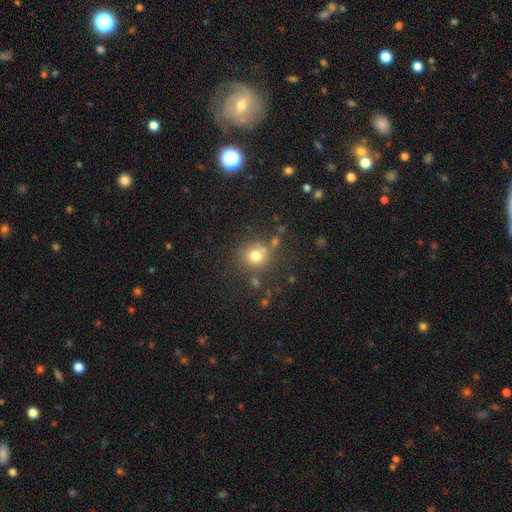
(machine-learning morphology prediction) Q: Smooth or featured?
A: smooth (77%); runner-up: star or artifact (14%)
Q: How rounded?
A: round (85%); runner-up: in between (14%)
Q: Merging?
A: none (71%); runner-up: minor disturbance (14%)